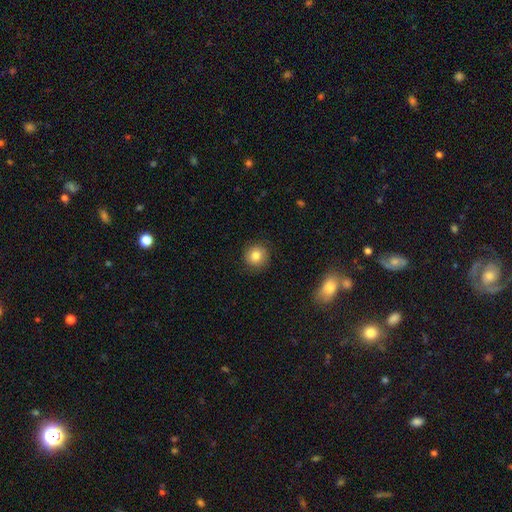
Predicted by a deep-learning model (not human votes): Smooth or featured: smooth — 81% (star or artifact — 10%)
How rounded: round — 92% (in between — 7%)
Merging: none — 87% (minor disturbance — 9%)